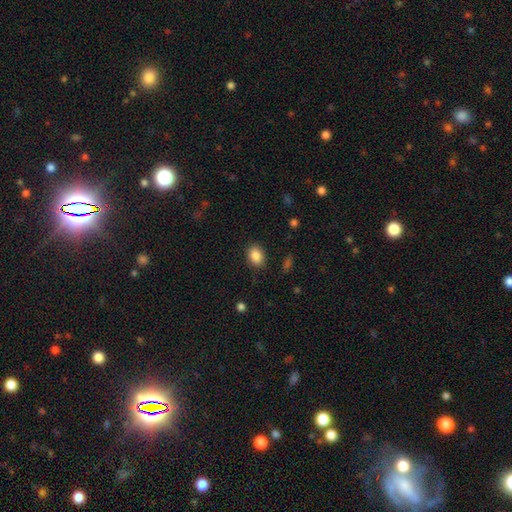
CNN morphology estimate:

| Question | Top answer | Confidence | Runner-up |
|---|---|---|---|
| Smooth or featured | smooth | 87% | star or artifact (8%) |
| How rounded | in between | 76% | round (23%) |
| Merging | none | 86% | minor disturbance (10%) |